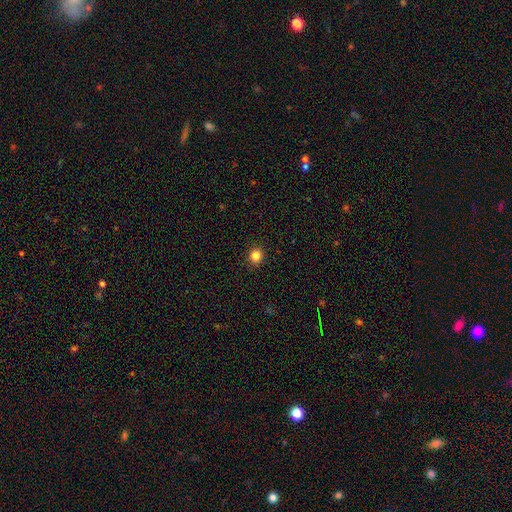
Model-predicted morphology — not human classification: Smooth or featured: smooth — 84% (star or artifact — 12%)
How rounded: round — 82% (in between — 17%)
Merging: none — 91% (minor disturbance — 6%)